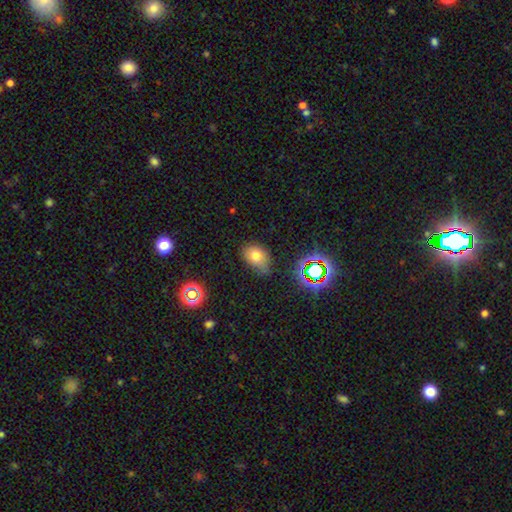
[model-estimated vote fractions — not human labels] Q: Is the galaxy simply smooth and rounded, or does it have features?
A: smooth — 71%.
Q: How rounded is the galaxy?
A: in between — 74%.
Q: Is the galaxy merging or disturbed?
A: none — 55%.